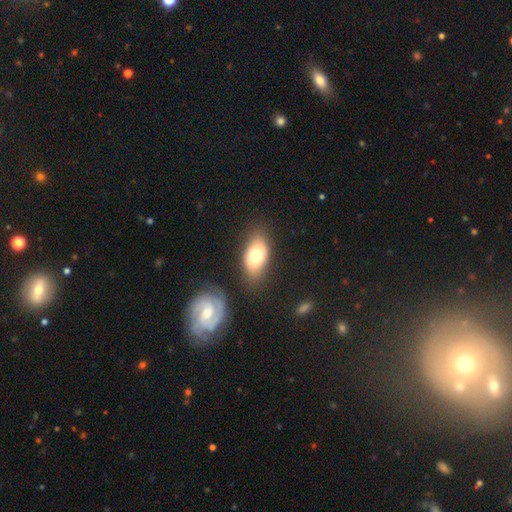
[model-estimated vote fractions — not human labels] Smooth or featured? smooth (70%)
How rounded? in between (90%)
Merging? none (76%)